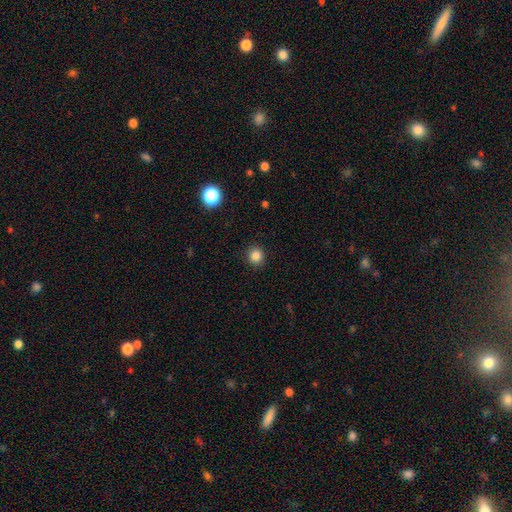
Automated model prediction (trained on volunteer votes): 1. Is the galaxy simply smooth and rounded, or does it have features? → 84% smooth, 12% star or artifact, 4% featured or disk.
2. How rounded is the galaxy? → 89% round, 10% in between, 1% cigar-shaped.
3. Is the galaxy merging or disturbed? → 91% none, 6% minor disturbance, 2% major disturbance, 1% merger.